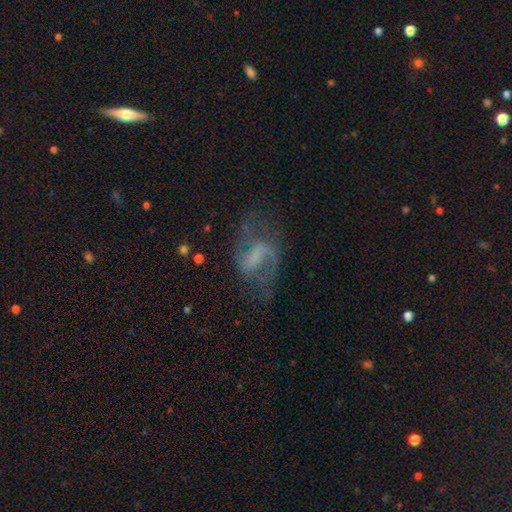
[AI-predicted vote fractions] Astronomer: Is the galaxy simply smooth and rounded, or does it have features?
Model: featured or disk — 74%.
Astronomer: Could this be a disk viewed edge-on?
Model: no — 97%.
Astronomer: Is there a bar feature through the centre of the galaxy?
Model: weak — 46% (runner-up: no, 27%).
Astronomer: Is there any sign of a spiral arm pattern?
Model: yes — 86%.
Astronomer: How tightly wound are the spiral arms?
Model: loose — 44% (runner-up: medium, 43%).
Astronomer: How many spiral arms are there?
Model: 2 — 81%.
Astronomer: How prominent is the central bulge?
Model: none — 56%.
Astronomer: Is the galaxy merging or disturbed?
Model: none — 55%.